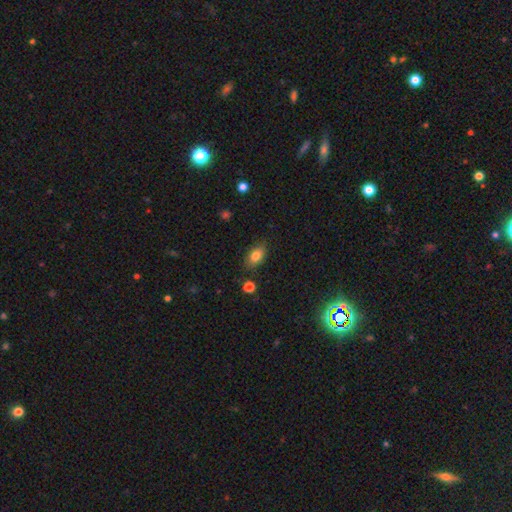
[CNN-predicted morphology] type=smooth (82%); roundness=in between (86%); merging=none (82%).